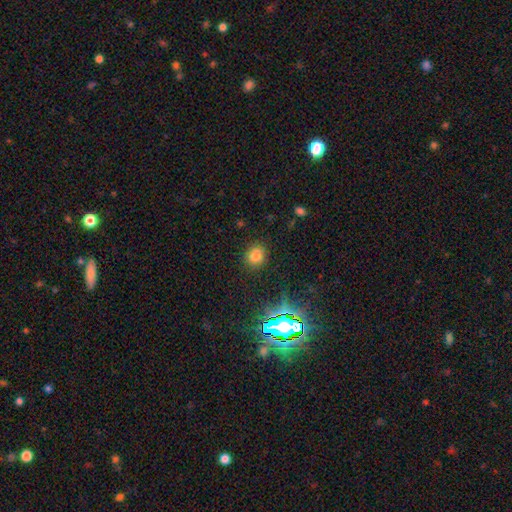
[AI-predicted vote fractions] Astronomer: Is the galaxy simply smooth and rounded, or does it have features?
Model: smooth — 76%.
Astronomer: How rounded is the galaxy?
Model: round — 76%.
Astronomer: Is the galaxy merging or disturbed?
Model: none — 87%.